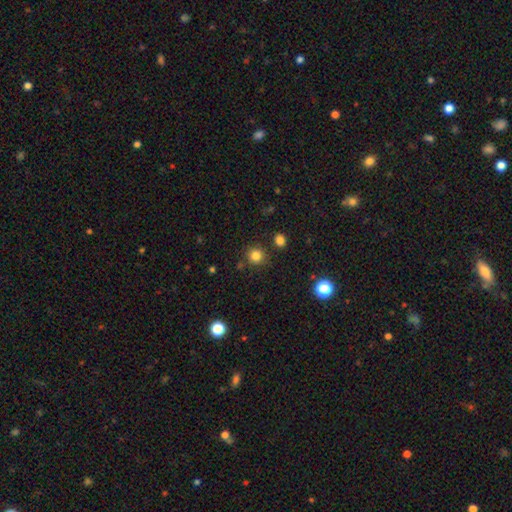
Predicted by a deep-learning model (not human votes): A smooth galaxy with no disk features (82%) that is round (90%).

Vote fractions:
- Smooth or featured? smooth: 82% / star or artifact: 13% / featured or disk: 5%
- How rounded? round: 90% / in between: 9% / cigar-shaped: 1%
- Merging? none: 86% / minor disturbance: 7% / merger: 4% / major disturbance: 3%